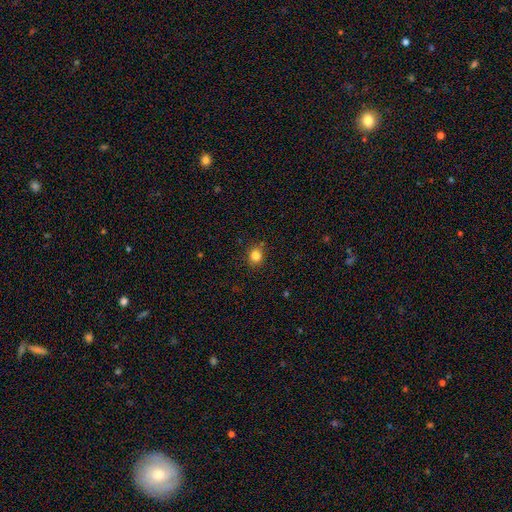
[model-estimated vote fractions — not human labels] This appears to be a smooth galaxy with no disk features (83%) that is round (75%). Merging: none (86%).